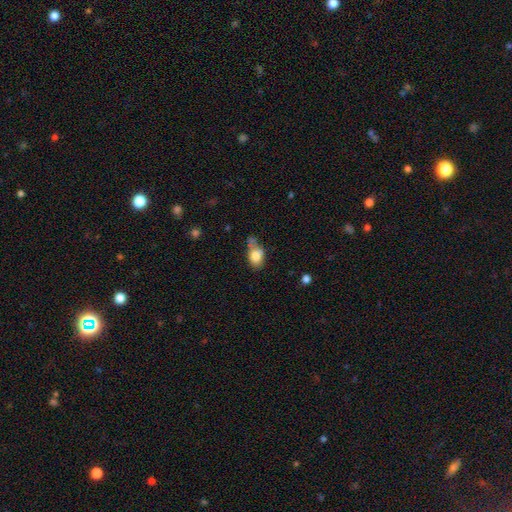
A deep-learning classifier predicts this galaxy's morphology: The model was most divided on "merging": none: 43%, minor disturbance: 28%, merger: 19%, major disturbance: 10%. More confident: smooth or featured — smooth (79%); how rounded — in between (75%).